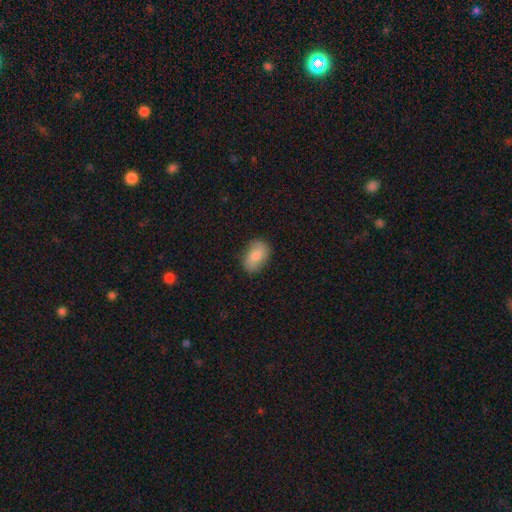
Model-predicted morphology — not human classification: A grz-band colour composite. It shows a smooth galaxy with no disk features (75%) that is in between round and cigar-shaped (84%). Merging: none (82%).